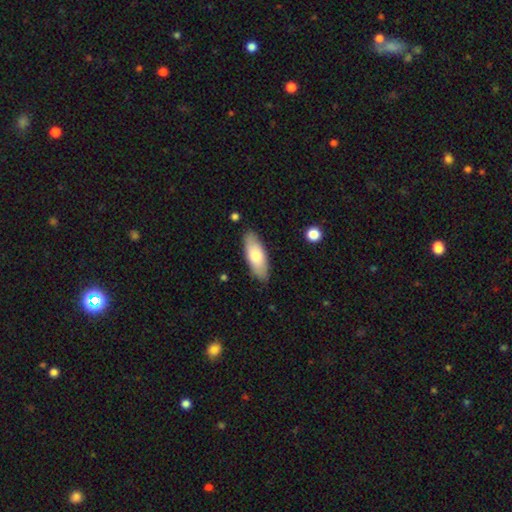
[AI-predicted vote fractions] A smooth galaxy with no disk features (75%) that is in between round and cigar-shaped (71%).

Vote fractions:
- Smooth or featured? smooth: 75% / featured or disk: 20% / star or artifact: 5%
- How rounded? in between: 71% / cigar-shaped: 27% / round: 2%
- Merging? none: 86% / minor disturbance: 10% / major disturbance: 2% / merger: 1%